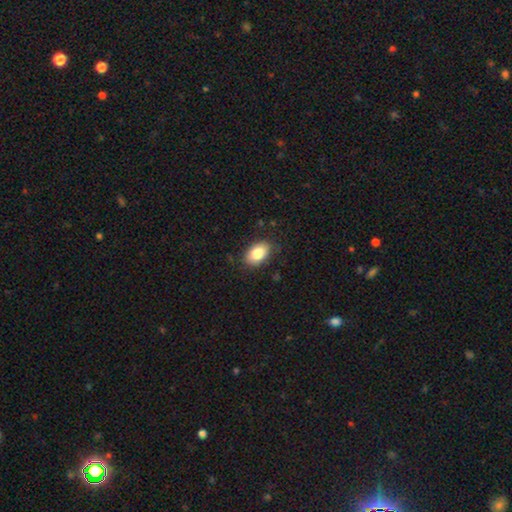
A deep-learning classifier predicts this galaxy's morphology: Smooth or featured? Predicted: smooth (p=0.84). How rounded? Predicted: in between (p=0.90). Merging? Predicted: none (p=0.84).